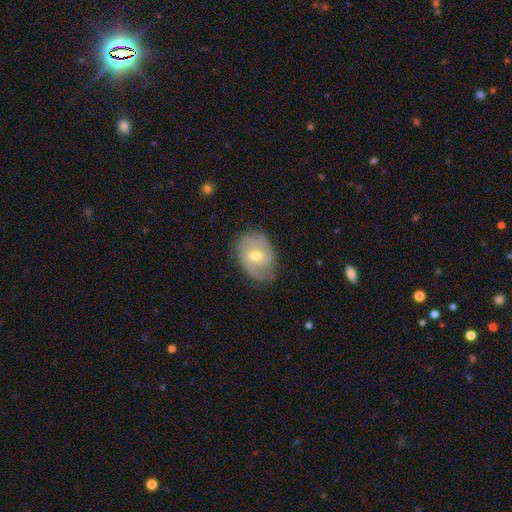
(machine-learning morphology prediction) type=featured or disk (63%); edge-on=no (95%); bar=no (49%); spiral arms=yes (84%); winding=medium (40%); arm count=2 (53%); bulge=moderate (61%); merging=none (71%).